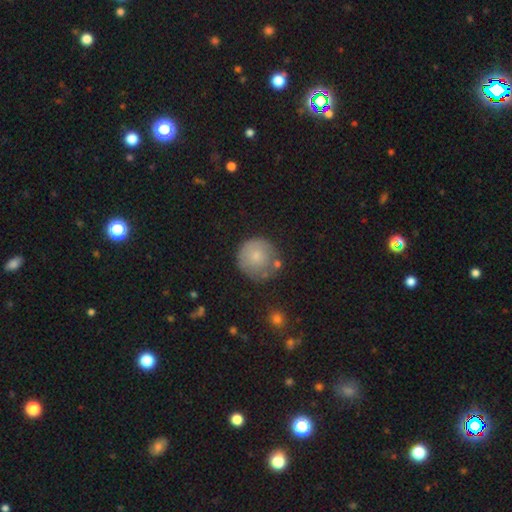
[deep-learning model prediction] A smooth galaxy with no disk features (74%) that is round (94%). Merging: none (65%).